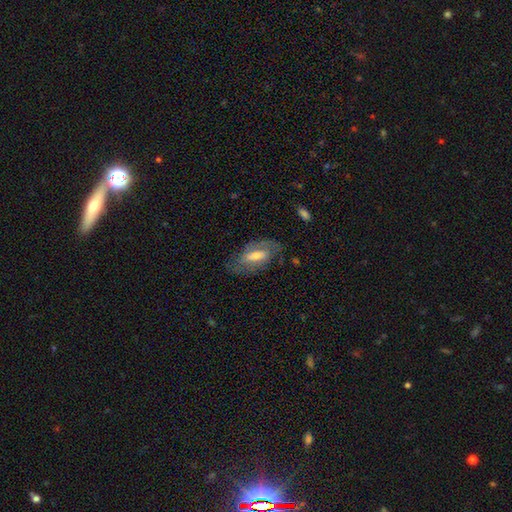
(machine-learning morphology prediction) Smooth or featured? Predicted: featured or disk (p=0.59). Edge-on disk? Predicted: no (p=0.88). Bar? Predicted: weak (p=0.40). Spiral arms? Predicted: yes (p=0.70). Bulge size? Predicted: moderate (p=0.50). Merging? Predicted: none (p=0.71).